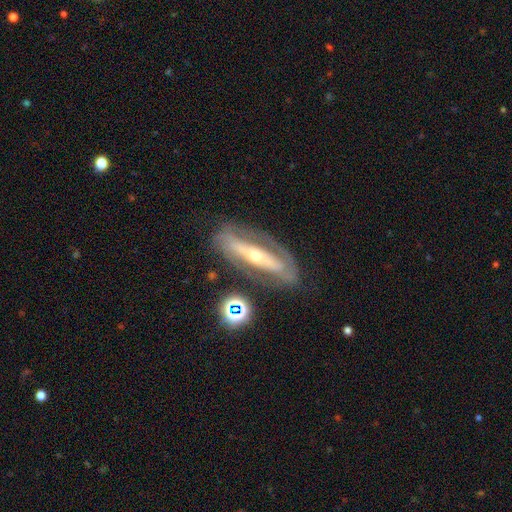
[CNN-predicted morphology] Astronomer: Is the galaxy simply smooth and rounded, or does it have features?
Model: featured or disk — 78%.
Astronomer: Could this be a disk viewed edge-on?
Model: no — 73%.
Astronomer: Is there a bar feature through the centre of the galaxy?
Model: strong — 53% (runner-up: no, 30%).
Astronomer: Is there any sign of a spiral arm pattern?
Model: yes — 61% (runner-up: no, 39%).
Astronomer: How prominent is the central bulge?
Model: small — 53% (runner-up: moderate, 41%).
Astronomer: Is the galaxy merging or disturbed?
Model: none — 72%.